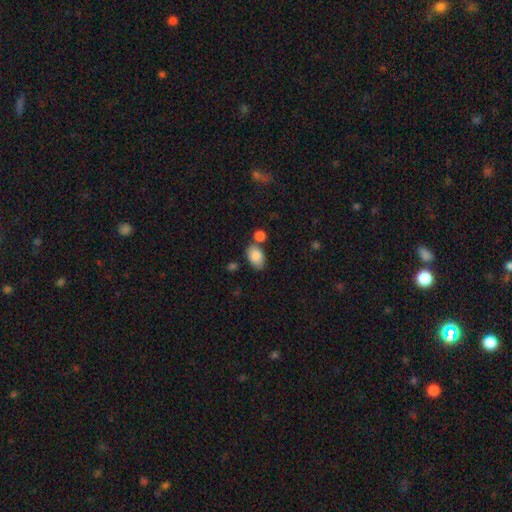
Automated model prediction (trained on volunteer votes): The model was most divided on "merging": none: 60%, minor disturbance: 18%, merger: 17%, major disturbance: 5%. More confident: how rounded — in between (89%); smooth or featured — smooth (86%).